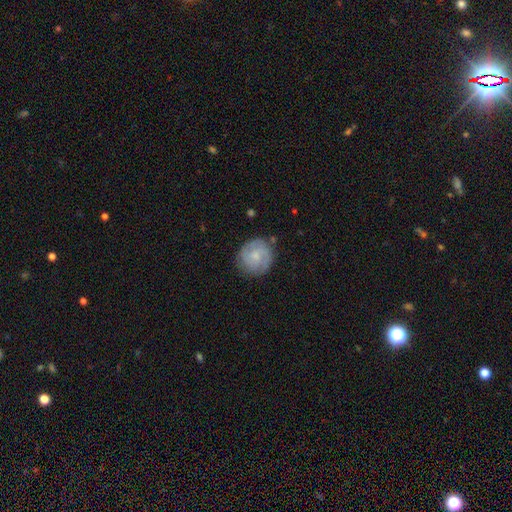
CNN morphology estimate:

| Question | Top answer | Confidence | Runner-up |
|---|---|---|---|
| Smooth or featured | featured or disk | 52% | smooth (42%) |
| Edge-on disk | no | 98% | yes (2%) |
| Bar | no | 67% | weak (29%) |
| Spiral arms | yes | 82% | no (18%) |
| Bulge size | small | 50% | moderate (36%) |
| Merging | none | 78% | minor disturbance (16%) |